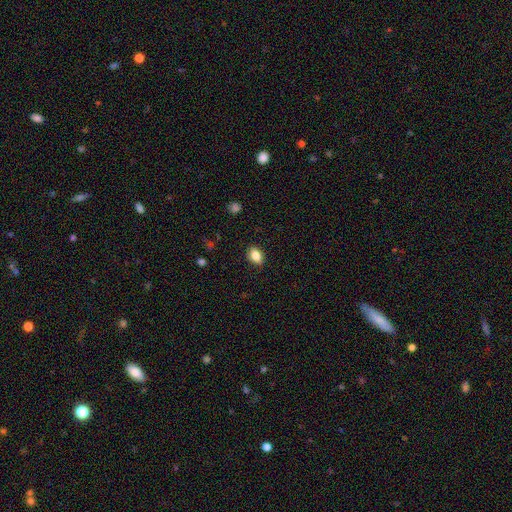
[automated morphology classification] Smooth or featured? smooth (84%)
How rounded? in between (82%)
Merging? none (87%)